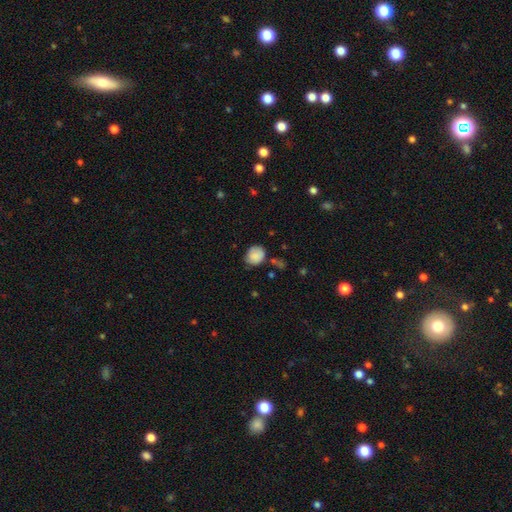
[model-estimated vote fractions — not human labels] Smooth or featured? Predicted: smooth (p=0.85). How rounded? Predicted: round (p=0.66). Merging? Predicted: none (p=0.65).